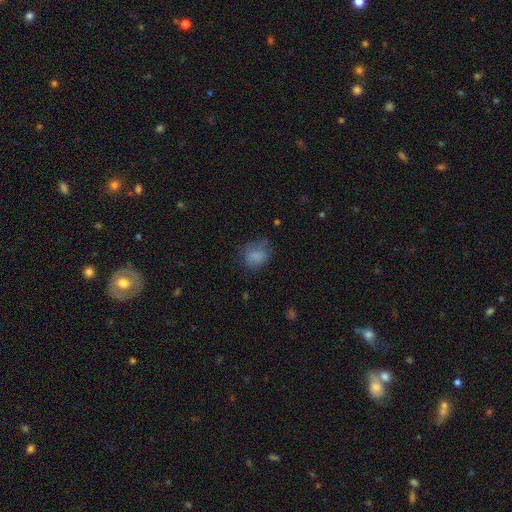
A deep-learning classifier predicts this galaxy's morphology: This appears to be a smooth galaxy with no disk features (77%) that is round (50%). Merging: none (56%).